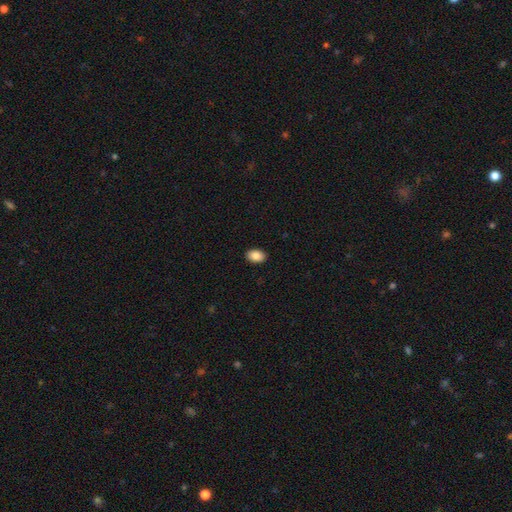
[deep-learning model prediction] This is clearly a smooth galaxy (87%). How rounded: clearly in between (87%). Merging: clearly none (91%).